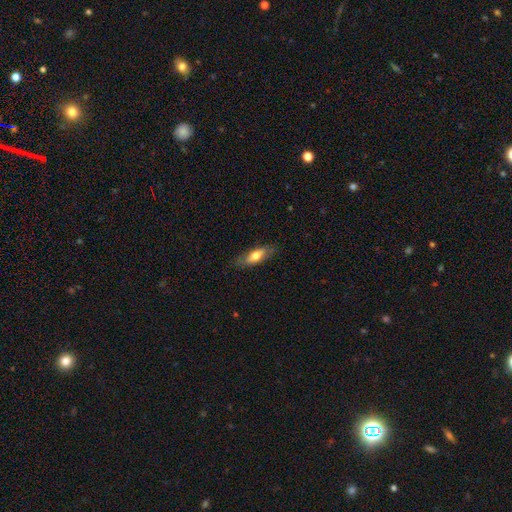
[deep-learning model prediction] The model was most divided on "how rounded": in between: 59%, cigar-shaped: 38%, round: 3%. More confident: merging — none (81%); smooth or featured — smooth (65%).